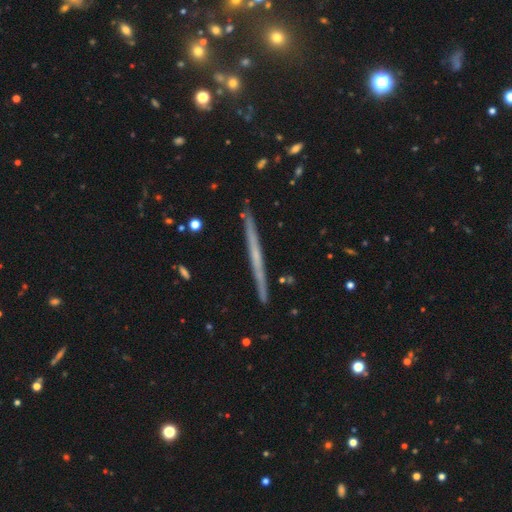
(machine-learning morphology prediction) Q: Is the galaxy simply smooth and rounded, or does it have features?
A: featured or disk — 62%.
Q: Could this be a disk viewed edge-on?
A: yes — 98%.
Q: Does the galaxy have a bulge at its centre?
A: none — 83%.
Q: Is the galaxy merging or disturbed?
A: none — 91%.